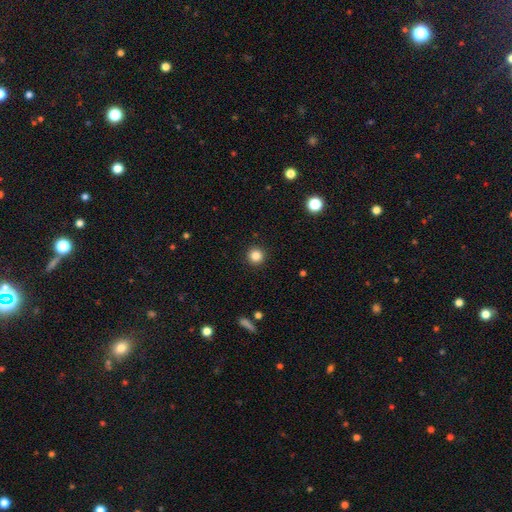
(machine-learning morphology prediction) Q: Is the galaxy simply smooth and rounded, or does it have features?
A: smooth — 84%.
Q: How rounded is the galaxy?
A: round — 95%.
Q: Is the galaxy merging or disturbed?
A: none — 93%.